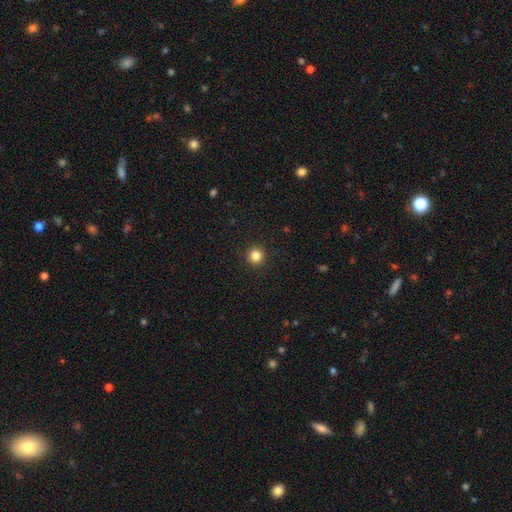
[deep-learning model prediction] Smooth or featured: smooth — 85% (star or artifact — 11%)
How rounded: round — 95% (in between — 4%)
Merging: none — 93% (minor disturbance — 4%)